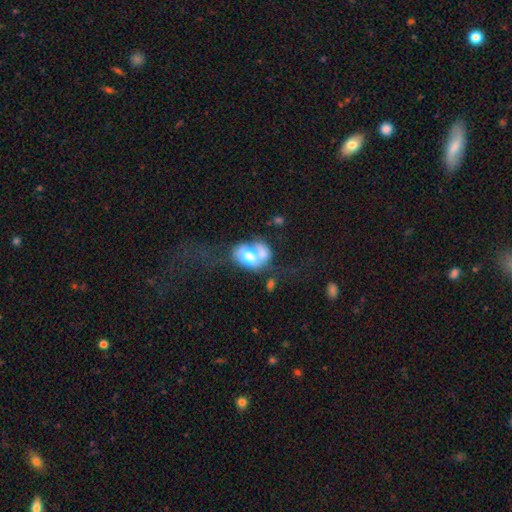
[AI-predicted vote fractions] Q: Smooth or featured?
A: smooth (54%); runner-up: featured or disk (37%)
Q: How rounded?
A: in between (68%); runner-up: round (30%)
Q: Merging?
A: merger (57%); runner-up: major disturbance (18%)